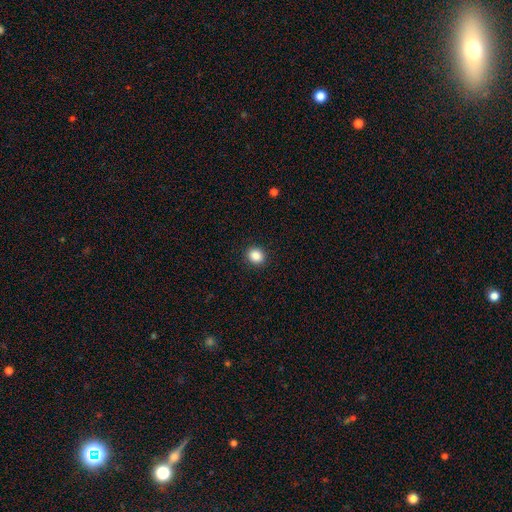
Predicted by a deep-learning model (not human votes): A smooth galaxy with no disk features (87%) that is round (75%). Merging: none (91%).